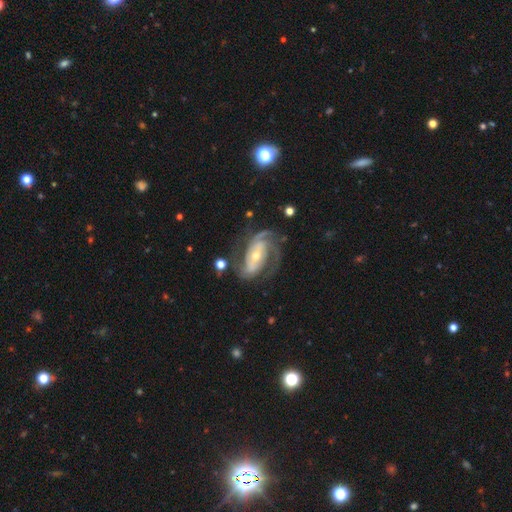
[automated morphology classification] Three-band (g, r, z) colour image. It shows a featured or disk galaxy (89%) with no bar (36%), 2 (53%) tight (45%) spiral arms (97%) and a small central bulge (51%). Merging: none (63%).